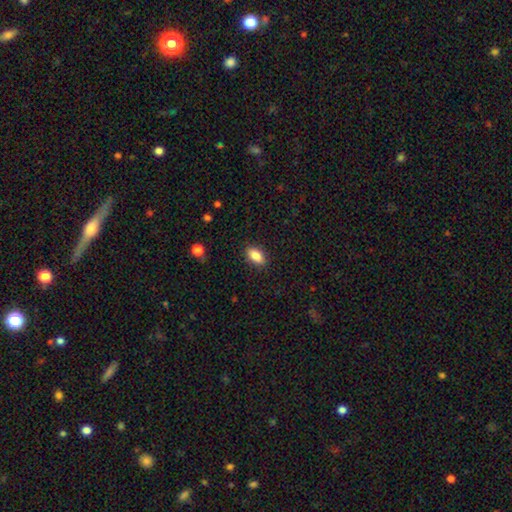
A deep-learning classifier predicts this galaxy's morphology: smooth 86%, star or artifact 8%, featured or disk 6%. Down the decision tree: how rounded — in between (90%); merging — none (88%).